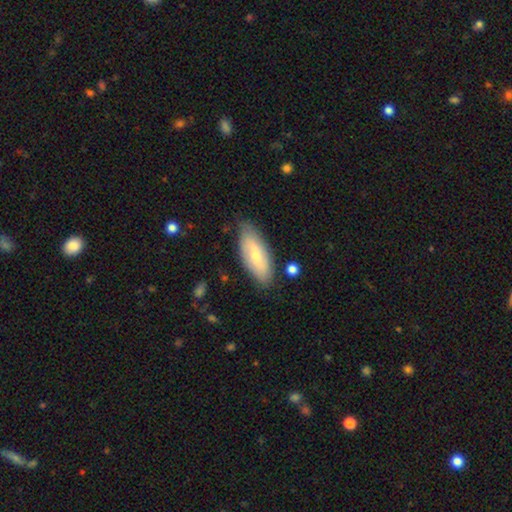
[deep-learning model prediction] Smooth or featured: smooth — 56% (featured or disk — 38%)
How rounded: in between — 81% (cigar-shaped — 17%)
Merging: none — 77% (minor disturbance — 17%)